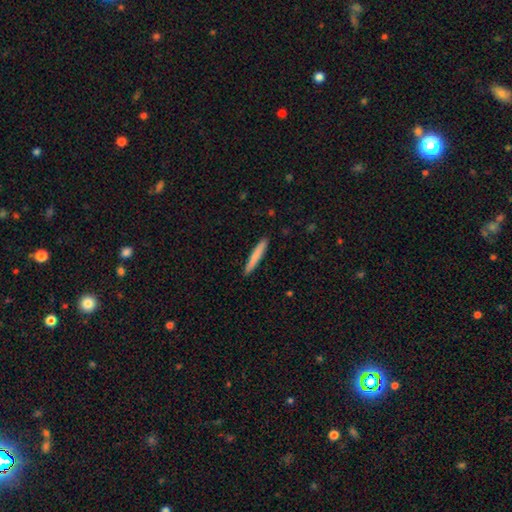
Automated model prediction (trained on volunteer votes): Overall: smooth (77%). How rounded: cigar-shaped (96%). Merging: none (90%).